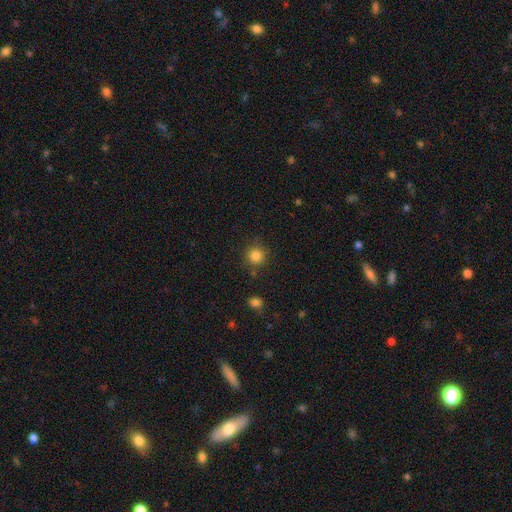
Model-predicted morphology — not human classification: Smooth or featured?
  - smooth: 84% *
  - star or artifact: 11%
  - featured or disk: 4%
How rounded?
  - round: 93% *
  - in between: 6%
  - cigar-shaped: 1%
Merging?
  - none: 83% *
  - minor disturbance: 9%
  - merger: 4%
  - major disturbance: 3%